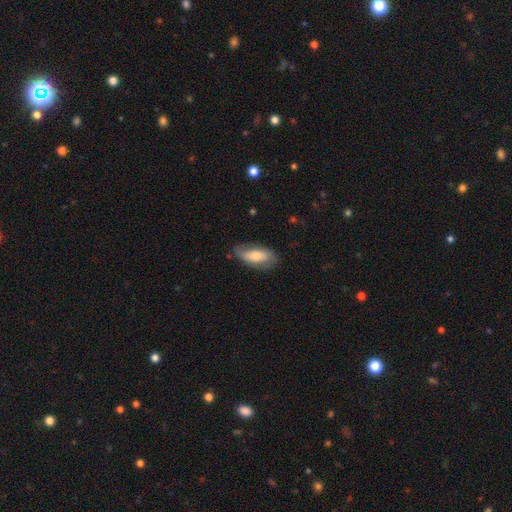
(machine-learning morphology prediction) Smooth or featured? Predicted: smooth (p=0.54). How rounded? Predicted: in between (p=0.84). Merging? Predicted: none (p=0.72).